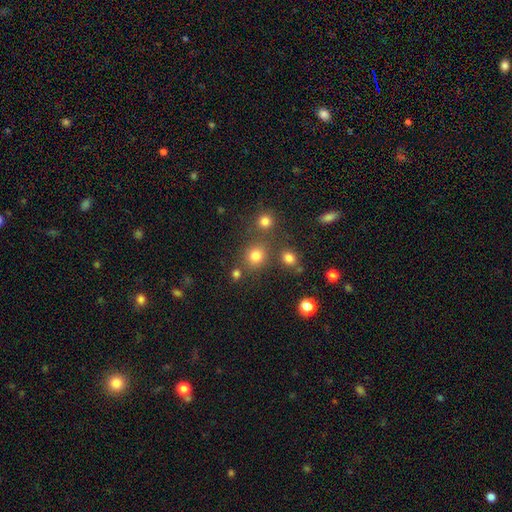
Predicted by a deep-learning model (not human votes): Smooth or featured? smooth (77%)
How rounded? round (83%)
Merging? none (72%)